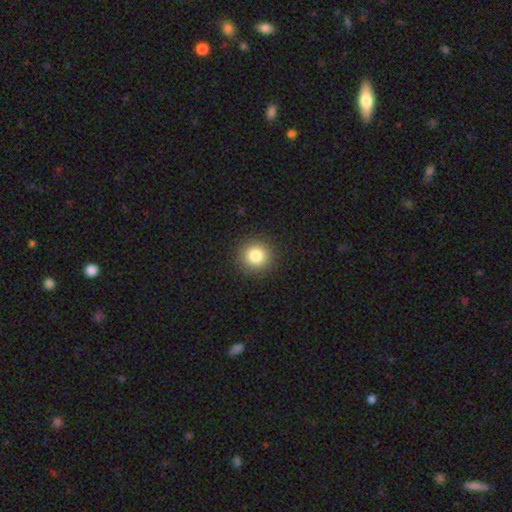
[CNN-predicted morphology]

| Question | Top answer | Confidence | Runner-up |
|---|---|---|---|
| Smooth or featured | smooth | 82% | star or artifact (11%) |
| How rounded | round | 94% | in between (5%) |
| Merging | none | 92% | minor disturbance (5%) |